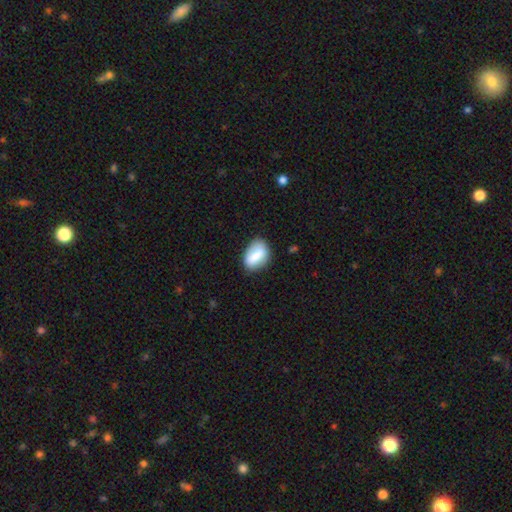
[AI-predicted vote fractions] smooth-or-featured: smooth: 75% | featured or disk: 18% | star or artifact: 7%
  how-rounded: in between: 83% | round: 14% | cigar-shaped: 3%
  merging: none: 77% | minor disturbance: 17% | major disturbance: 4% | merger: 2%